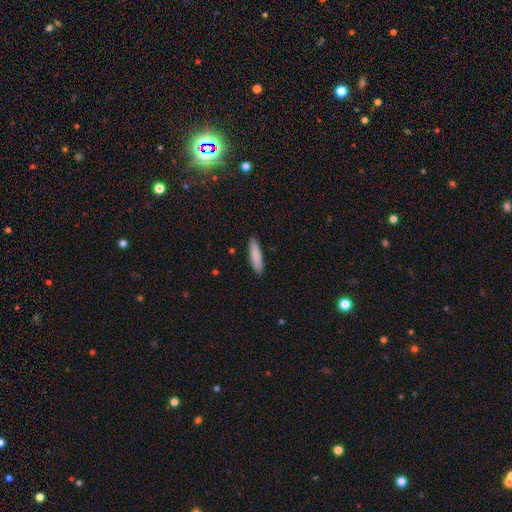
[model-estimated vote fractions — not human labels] This appears to be a smooth galaxy with no disk features (87%) that is cigar-shaped (73%). Merging: none (90%).